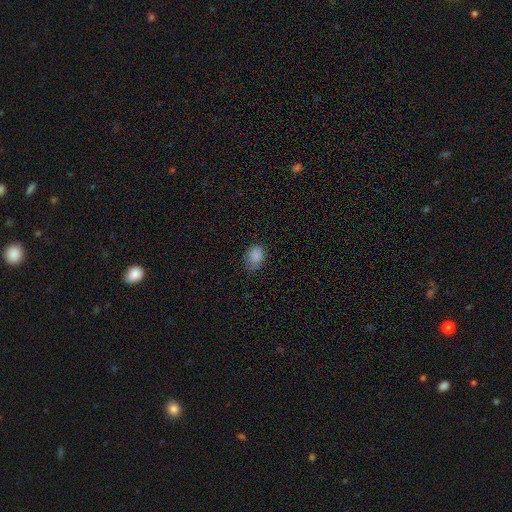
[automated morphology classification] type=smooth (86%); roundness=in between (76%); merging=none (69%).